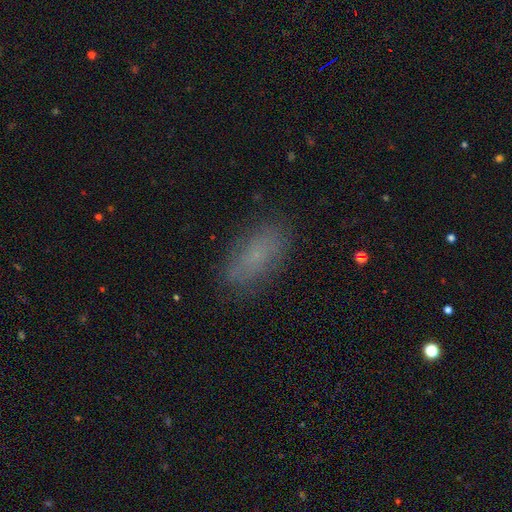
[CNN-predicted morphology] smooth_or_featured: smooth (p=0.70) [alt: star or artifact p=0.16]
how_rounded: in between (p=0.86) [alt: cigar-shaped p=0.11]
merging: none (p=0.82) [alt: minor disturbance p=0.13]